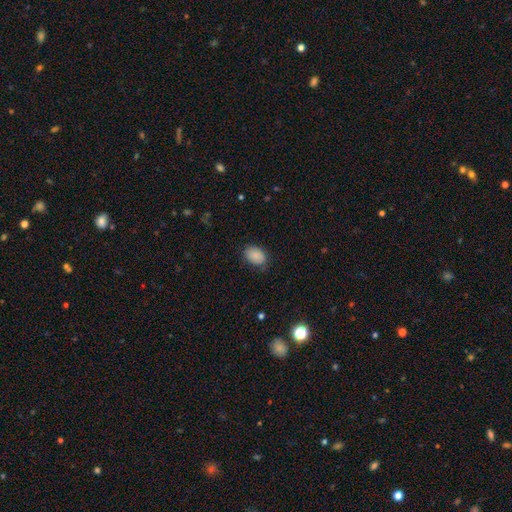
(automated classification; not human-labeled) smooth-or-featured: smooth: 87% | star or artifact: 8% | featured or disk: 5%
  how-rounded: in between: 83% | round: 15% | cigar-shaped: 1%
  merging: none: 78% | minor disturbance: 17% | major disturbance: 4% | merger: 1%